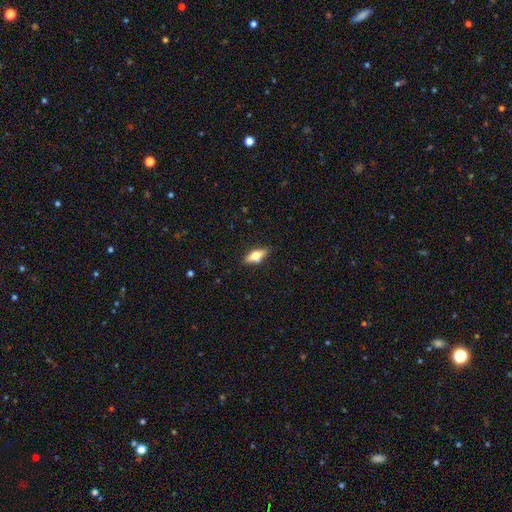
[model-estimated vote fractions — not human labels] This is possibly a smooth galaxy (53%). How rounded: likely in between (65%). Merging: clearly none (85%).